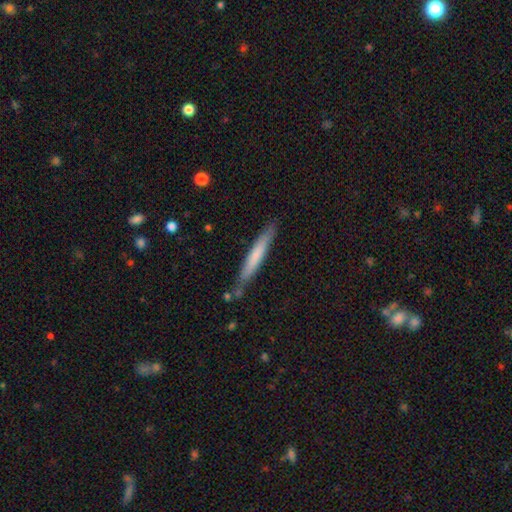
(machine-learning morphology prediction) A smooth galaxy with no disk features (63%) that is cigar-shaped (95%).

Vote fractions:
- Smooth or featured? smooth: 63% / featured or disk: 32% / star or artifact: 5%
- How rounded? cigar-shaped: 95% / in between: 4% / round: 1%
- Merging? none: 81% / minor disturbance: 14% / merger: 3% / major disturbance: 2%